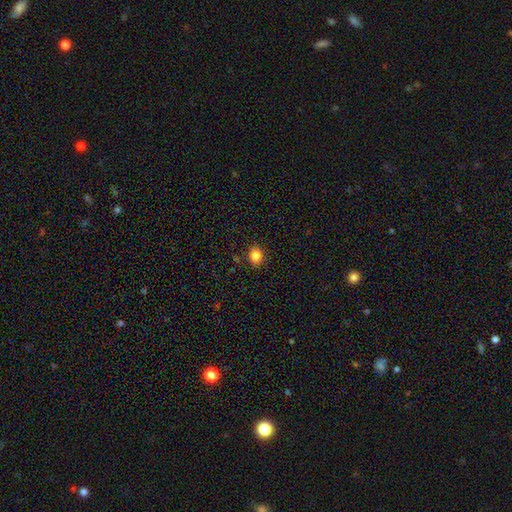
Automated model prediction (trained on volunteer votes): A smooth galaxy with no disk features (83%) that is round (51%). Merging: none (88%).